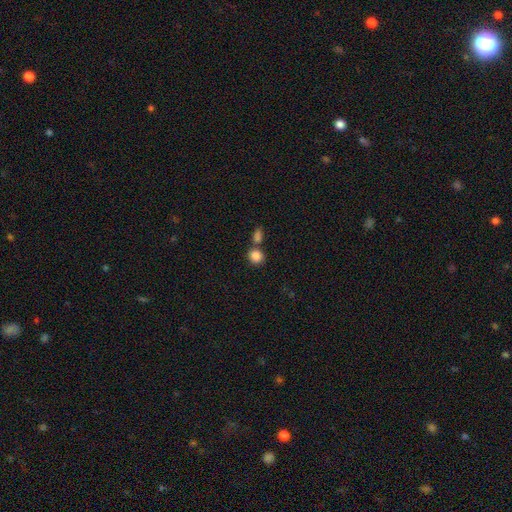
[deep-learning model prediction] smooth 86%, star or artifact 9%, featured or disk 5%. Down the decision tree: how rounded — round (81%); merging — none (59%).